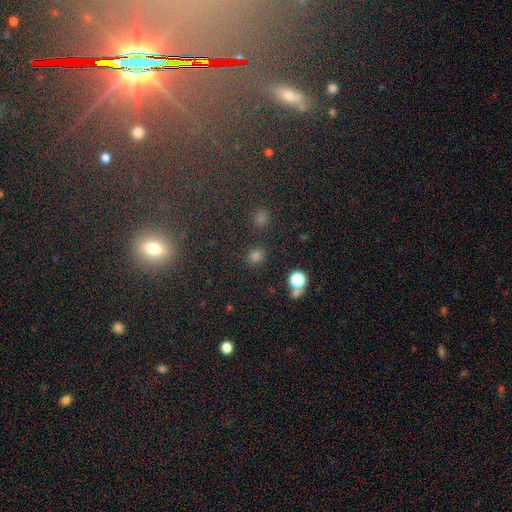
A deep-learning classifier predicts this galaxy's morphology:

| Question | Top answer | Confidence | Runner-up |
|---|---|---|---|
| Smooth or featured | smooth | 71% | star or artifact (24%) |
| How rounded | round | 77% | in between (22%) |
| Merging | none | 85% | minor disturbance (8%) |